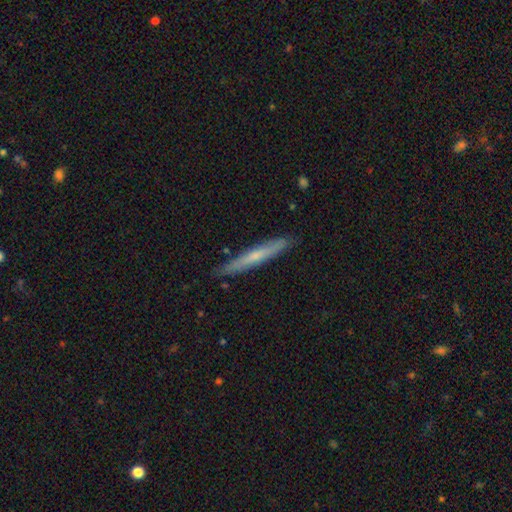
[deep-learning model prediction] Q: Smooth or featured?
A: smooth (50%); runner-up: featured or disk (44%)
Q: Merging?
A: none (88%); runner-up: minor disturbance (10%)